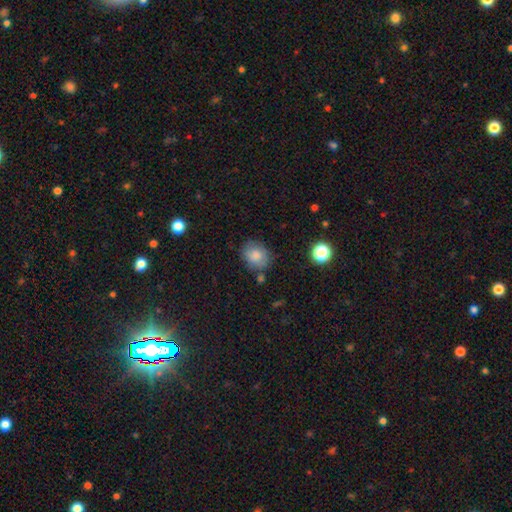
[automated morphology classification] smooth_or_featured: smooth (p=0.81) [alt: featured or disk p=0.10]
how_rounded: round (p=0.54) [alt: in between p=0.45]
merging: none (p=0.73) [alt: minor disturbance p=0.18]